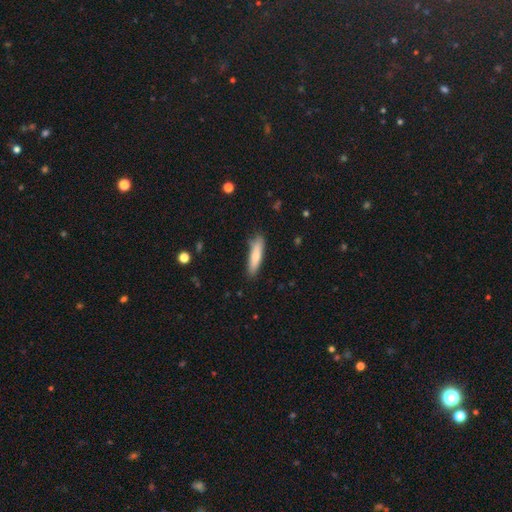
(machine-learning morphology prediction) A smooth galaxy with no disk features (77%) that is cigar-shaped (78%). Merging: none (82%).